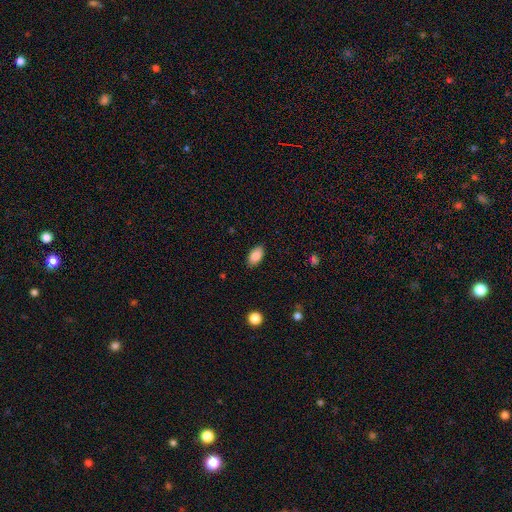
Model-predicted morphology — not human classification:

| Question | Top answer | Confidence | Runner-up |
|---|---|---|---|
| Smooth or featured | smooth | 88% | star or artifact (7%) |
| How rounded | in between | 94% | round (4%) |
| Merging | none | 88% | minor disturbance (9%) |